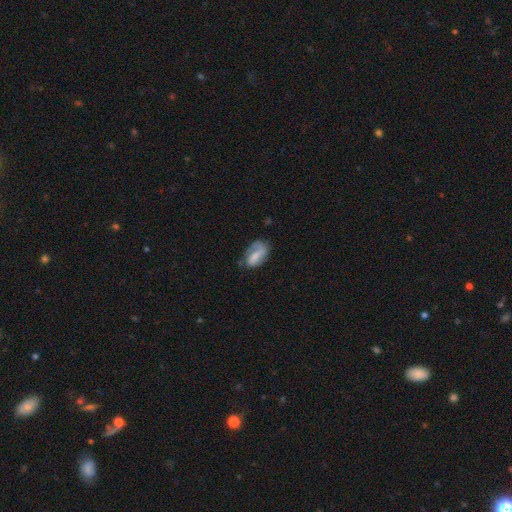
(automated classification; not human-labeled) A smooth galaxy with no disk features (52%) that is in between round and cigar-shaped (89%).

Vote fractions:
- Smooth or featured? smooth: 52% / featured or disk: 41% / star or artifact: 7%
- How rounded? in between: 89% / round: 7% / cigar-shaped: 4%
- Merging? none: 47% / minor disturbance: 30% / major disturbance: 21% / merger: 3%